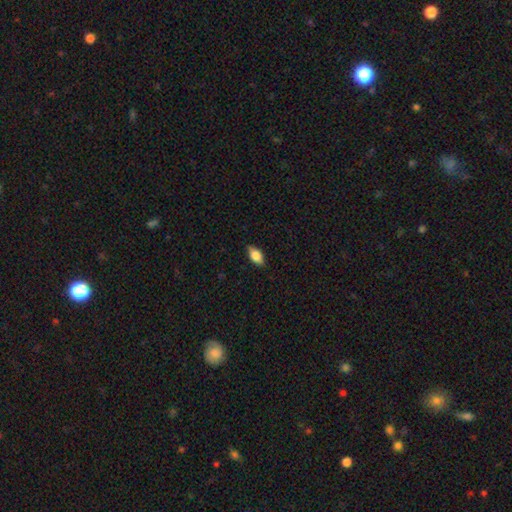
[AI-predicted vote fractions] The model was most divided on "smooth or featured": smooth: 80%, featured or disk: 13%, star or artifact: 7%. More confident: how rounded — in between (89%); merging — none (85%).